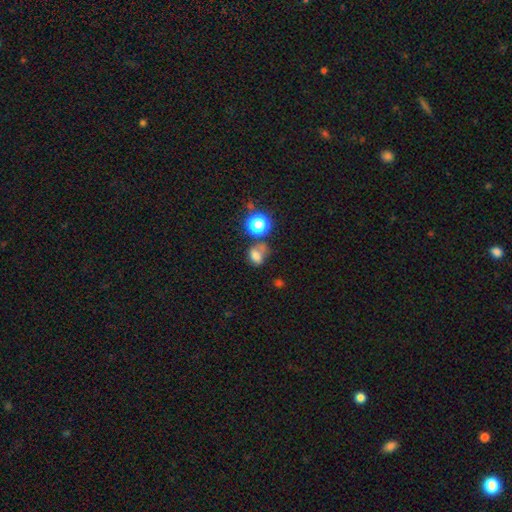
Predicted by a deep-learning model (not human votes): Smooth or featured: smooth — 68% (star or artifact — 20%)
How rounded: in between — 57% (round — 41%)
Merging: none — 43% (minor disturbance — 22%)